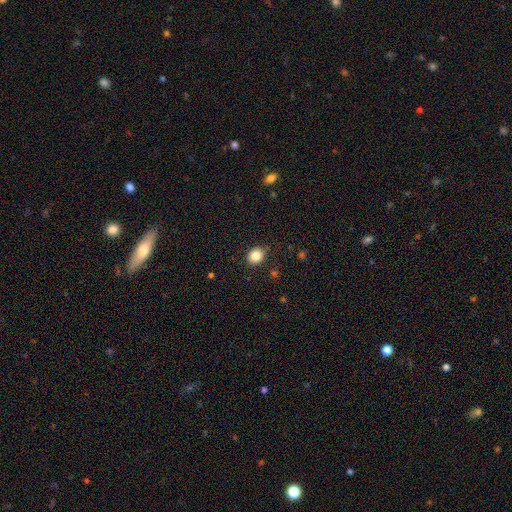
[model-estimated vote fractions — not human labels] A smooth galaxy with no disk features (85%) that is round (62%). Merging: none (88%).